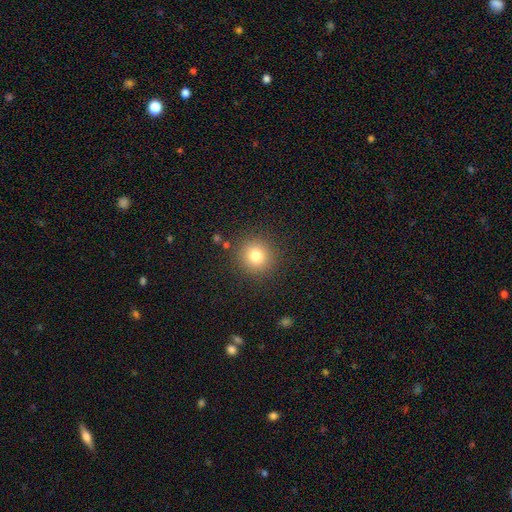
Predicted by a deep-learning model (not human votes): This is likely a smooth galaxy (79%). How rounded: clearly round (93%). Merging: clearly none (89%).